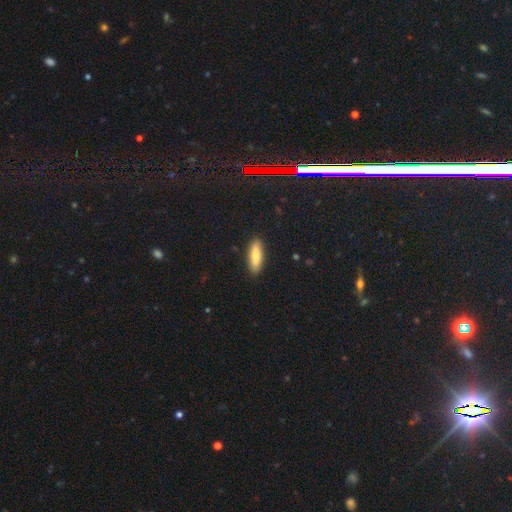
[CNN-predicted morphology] A smooth galaxy with no disk features (76%) that is cigar-shaped (54%).

Vote fractions:
- Smooth or featured? smooth: 76% / featured or disk: 18% / star or artifact: 6%
- How rounded? cigar-shaped: 54% / in between: 44% / round: 2%
- Merging? none: 89% / minor disturbance: 8% / major disturbance: 2% / merger: 1%